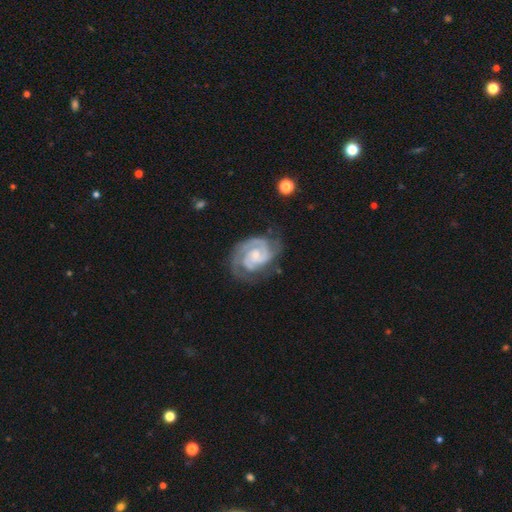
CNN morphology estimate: Smooth or featured?
  - featured or disk: 91% *
  - smooth: 5%
  - star or artifact: 4%
Edge-on disk?
  - no: 98% *
  - yes: 2%
Bar?
  - no: 59% *
  - weak: 34%
  - strong: 7%
Spiral arms?
  - yes: 98% *
  - no: 2%
Spiral winding?
  - tight: 63% *
  - medium: 32%
  - loose: 4%
Spiral arm count?
  - 2: 71% *
  - 3: 15%
  - can't tell: 7%
  - 1: 4%
  - 4: 2%
  - more than 4: 2%
Bulge size?
  - small: 58% *
  - moderate: 29%
  - none: 9%
  - large: 3%
  - dominant: 1%
Merging?
  - none: 68% *
  - minor disturbance: 20%
  - major disturbance: 10%
  - merger: 2%